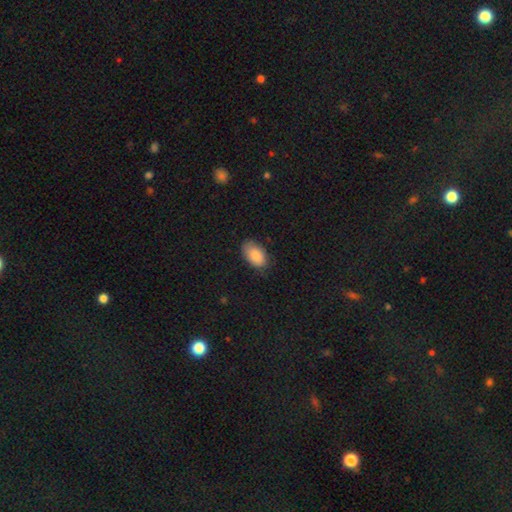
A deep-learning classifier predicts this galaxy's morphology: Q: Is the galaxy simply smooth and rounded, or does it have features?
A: smooth — 87%.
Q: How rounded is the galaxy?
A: in between — 93%.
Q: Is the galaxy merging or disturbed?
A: none — 77%.